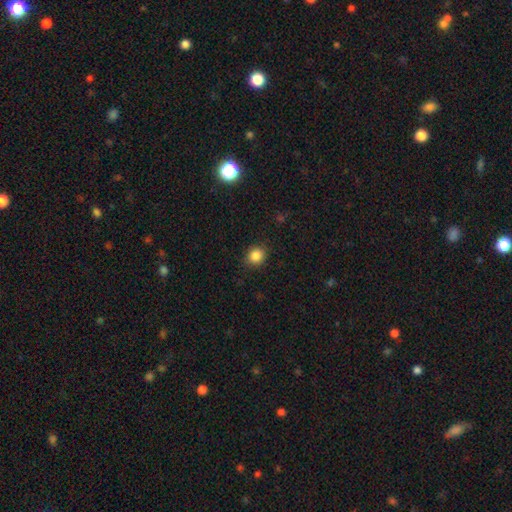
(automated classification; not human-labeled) Smooth or featured? smooth (85%)
How rounded? round (75%)
Merging? none (88%)